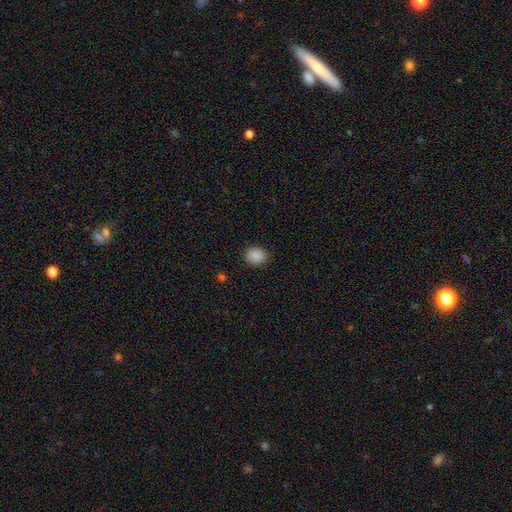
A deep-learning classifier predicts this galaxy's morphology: Q: Smooth or featured?
A: smooth (89%); runner-up: star or artifact (9%)
Q: How rounded?
A: round (65%); runner-up: in between (34%)
Q: Merging?
A: none (88%); runner-up: minor disturbance (8%)